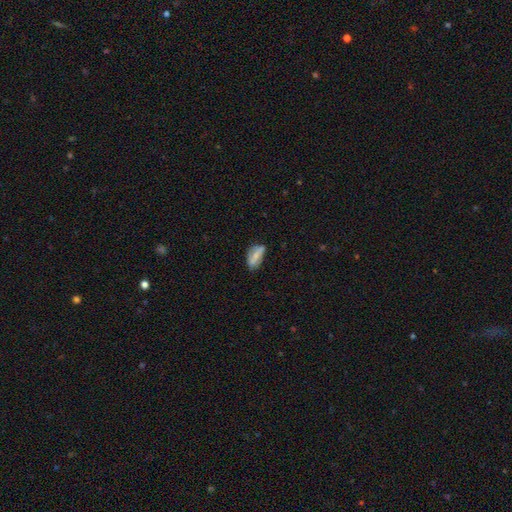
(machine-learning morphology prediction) Overall: smooth (58%; featured or disk 34%). How rounded: in between (86%). Merging: none (61%; minor disturbance 27%).